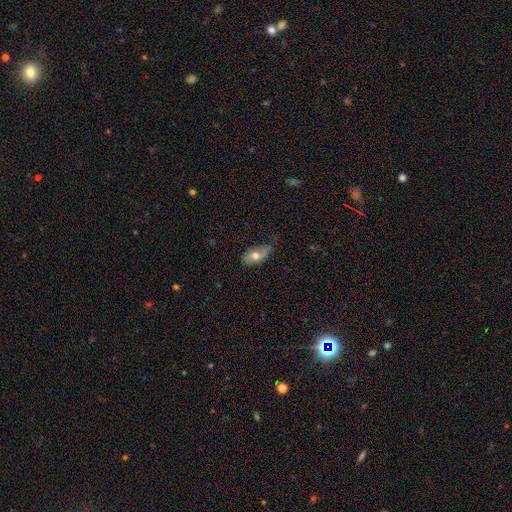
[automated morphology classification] The model was most divided on "merging": none: 58%, minor disturbance: 33%, major disturbance: 7%, merger: 2%. More confident: how rounded — in between (87%); smooth or featured — smooth (65%).